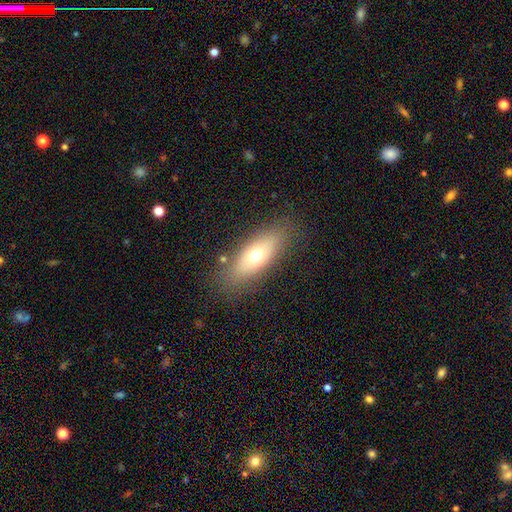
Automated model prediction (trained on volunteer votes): smooth-or-featured: smooth: 63% | featured or disk: 28% | star or artifact: 9%
  how-rounded: in between: 68% | cigar-shaped: 27% | round: 5%
  merging: none: 83% | minor disturbance: 11% | major disturbance: 4% | merger: 2%